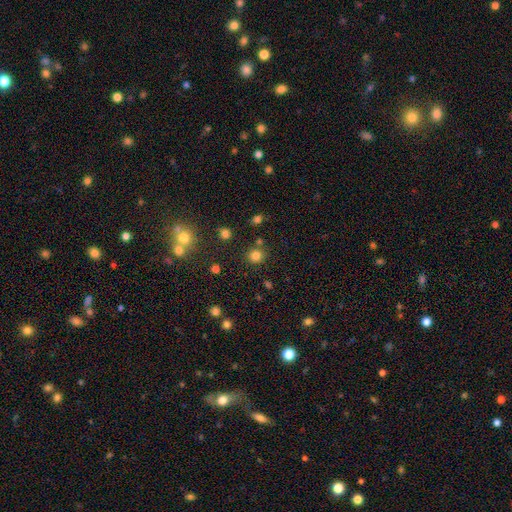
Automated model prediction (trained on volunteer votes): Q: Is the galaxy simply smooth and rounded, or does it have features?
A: smooth — 80%.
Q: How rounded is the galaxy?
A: round — 89%.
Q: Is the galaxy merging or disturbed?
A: none — 82%.